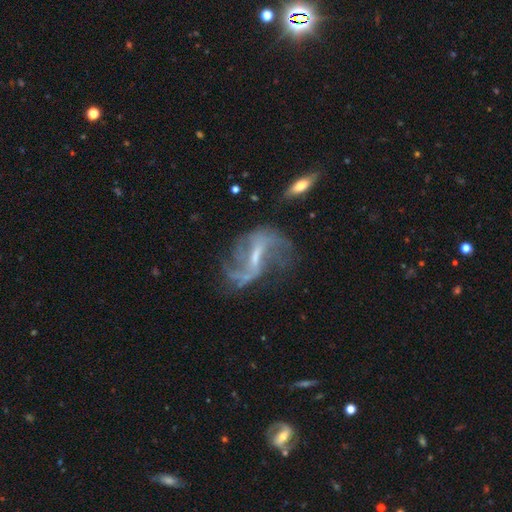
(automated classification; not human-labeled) Q: Smooth or featured?
A: featured or disk (82%); runner-up: star or artifact (9%)
Q: Edge-on disk?
A: no (94%); runner-up: yes (6%)
Q: Bar?
A: weak (43%); runner-up: strong (41%)
Q: Spiral arms?
A: yes (86%); runner-up: no (14%)
Q: Spiral winding?
A: loose (72%); runner-up: medium (22%)
Q: Spiral arm count?
A: 2 (62%); runner-up: can't tell (15%)
Q: Bulge size?
A: small (49%); runner-up: moderate (26%)
Q: Merging?
A: none (47%); runner-up: major disturbance (28%)